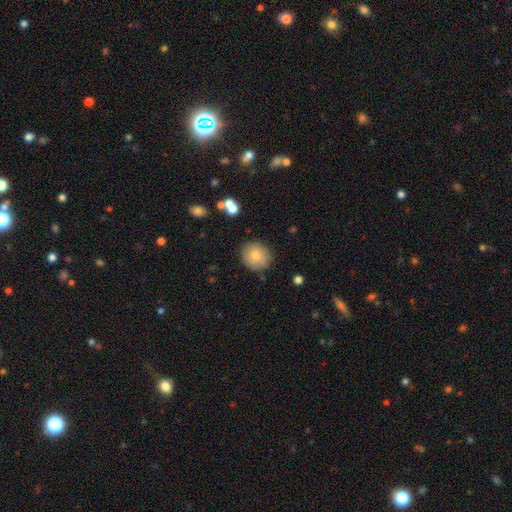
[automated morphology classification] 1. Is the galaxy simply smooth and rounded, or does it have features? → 78% smooth, 14% featured or disk, 8% star or artifact.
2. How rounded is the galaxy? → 87% round, 12% in between, 1% cigar-shaped.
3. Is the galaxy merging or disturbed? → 84% none, 11% minor disturbance, 3% major disturbance, 2% merger.